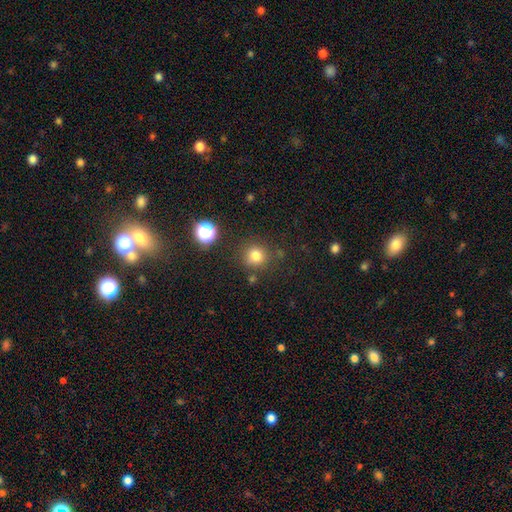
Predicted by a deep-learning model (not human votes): A smooth galaxy with no disk features (78%) that is round (90%). Merging: none (82%).